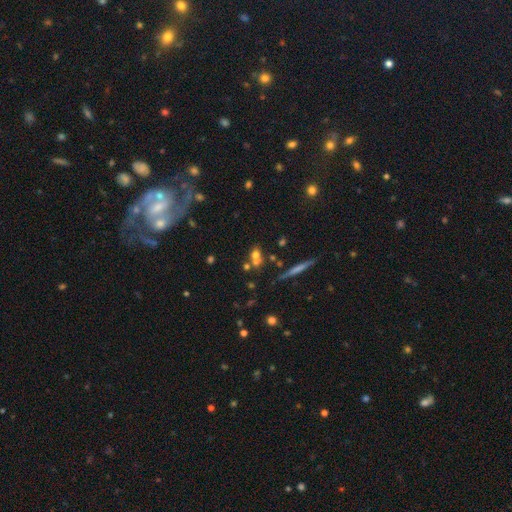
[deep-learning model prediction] This is likely a smooth galaxy (61%). How rounded: possibly round (47%). Merging: marginally merger (44%).